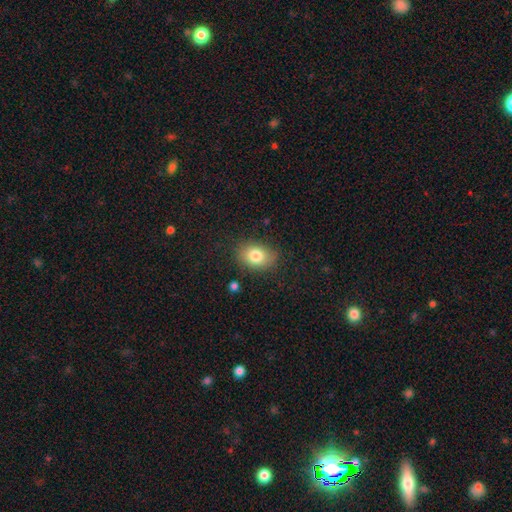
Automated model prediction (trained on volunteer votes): Smooth or featured?
  - smooth: 81% *
  - featured or disk: 10%
  - star or artifact: 9%
How rounded?
  - in between: 73% *
  - round: 26%
  - cigar-shaped: 1%
Merging?
  - none: 81% *
  - minor disturbance: 14%
  - major disturbance: 4%
  - merger: 2%